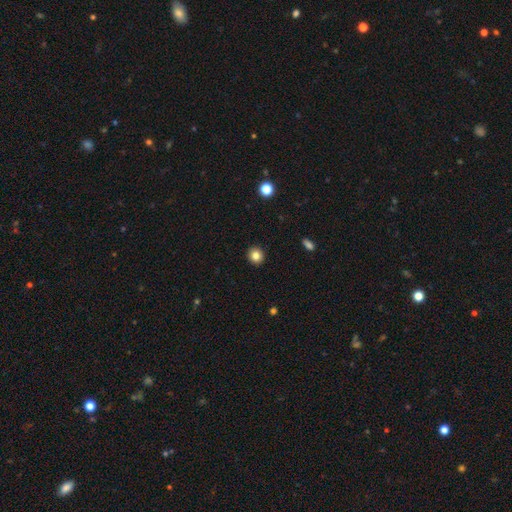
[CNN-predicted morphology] A smooth galaxy with no disk features (83%) that is round (90%).

Vote fractions:
- Smooth or featured? smooth: 83% / star or artifact: 11% / featured or disk: 6%
- How rounded? round: 90% / in between: 9% / cigar-shaped: 1%
- Merging? none: 93% / minor disturbance: 5% / major disturbance: 2% / merger: 1%